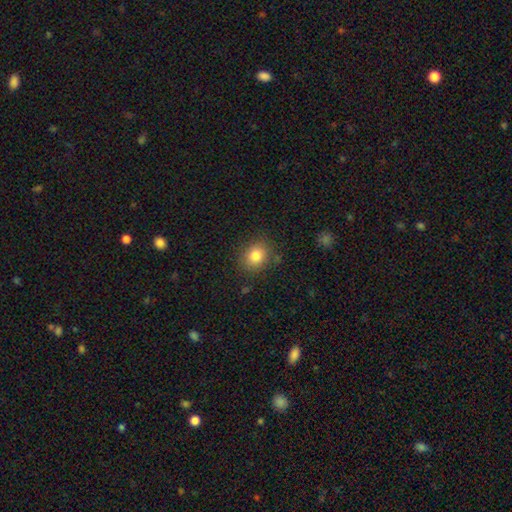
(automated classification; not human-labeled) Smooth or featured? smooth (82%)
How rounded? round (62%)
Merging? none (83%)